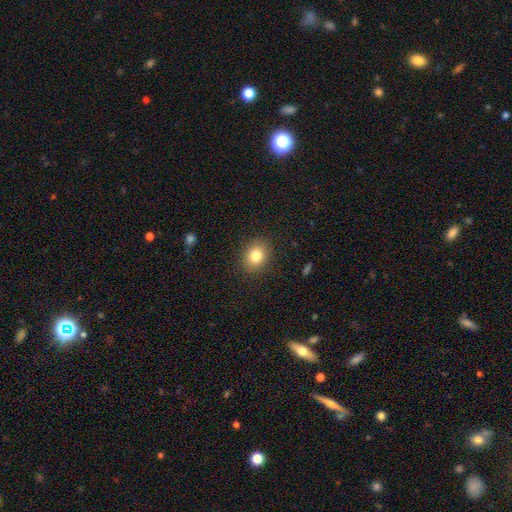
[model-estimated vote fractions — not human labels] Smooth or featured? smooth (81%)
How rounded? round (58%)
Merging? none (89%)